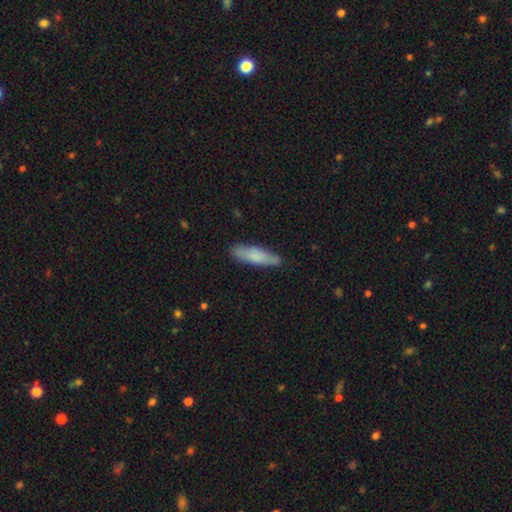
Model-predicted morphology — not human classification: This appears to be a smooth galaxy with no disk features (76%) that is cigar-shaped (68%). Merging: none (83%).